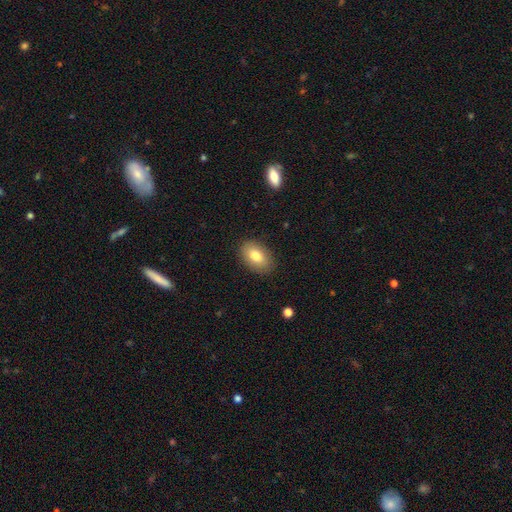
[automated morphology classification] This appears to be a smooth galaxy with no disk features (80%) that is in between round and cigar-shaped (89%). Merging: none (88%).